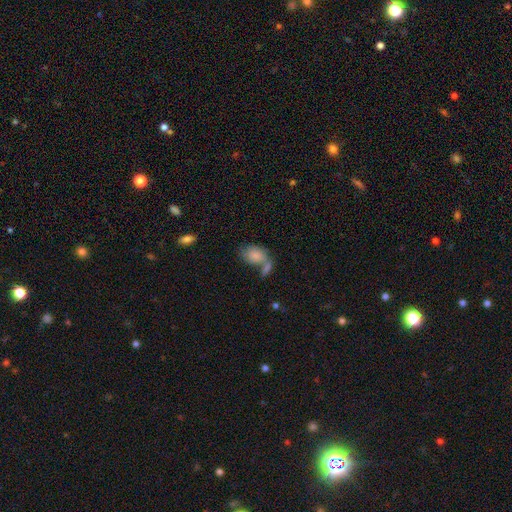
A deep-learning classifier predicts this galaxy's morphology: This is likely a smooth galaxy (75%). How rounded: clearly in between (82%). Merging: marginally merger (43%).